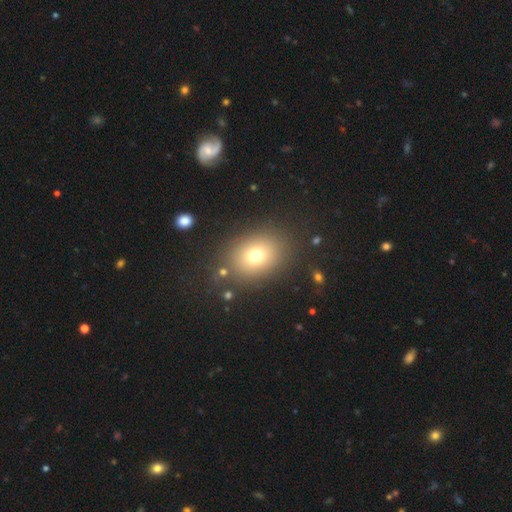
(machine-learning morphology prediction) A smooth galaxy with no disk features (73%) that is in between round and cigar-shaped (55%).

Vote fractions:
- Smooth or featured? smooth: 73% / star or artifact: 15% / featured or disk: 12%
- How rounded? in between: 55% / round: 43% / cigar-shaped: 1%
- Merging? none: 83% / minor disturbance: 9% / major disturbance: 5% / merger: 3%